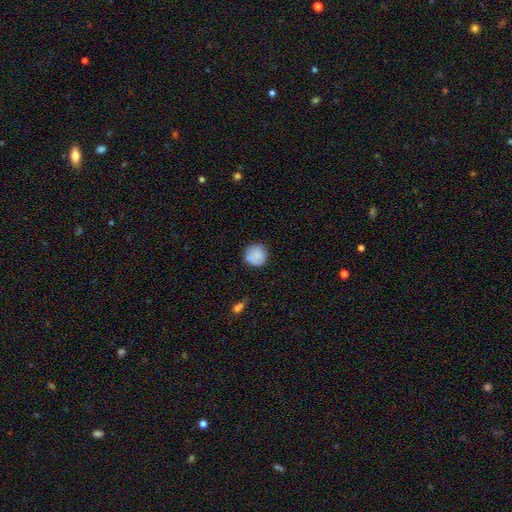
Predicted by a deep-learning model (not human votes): smooth-or-featured: smooth: 85% | star or artifact: 8% | featured or disk: 7%
  how-rounded: round: 92% | in between: 7% | cigar-shaped: 1%
  merging: none: 79% | minor disturbance: 16% | major disturbance: 3% | merger: 2%